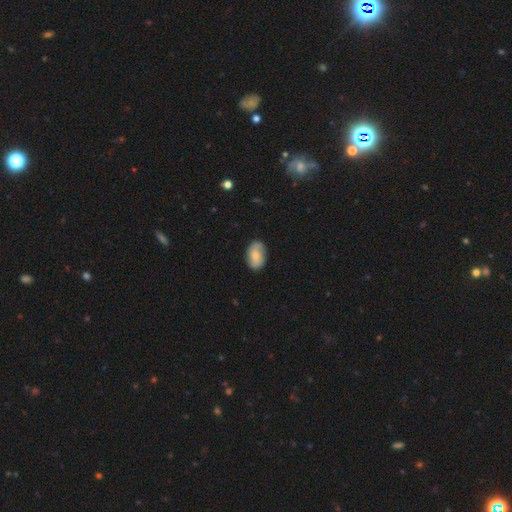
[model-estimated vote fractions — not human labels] Overall: smooth (73%). How rounded: in between (90%). Merging: none (78%).